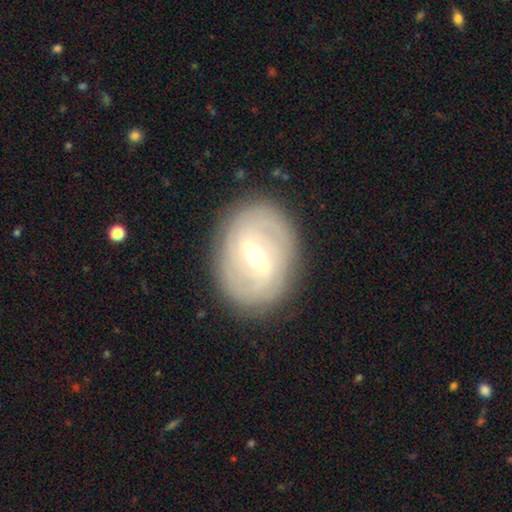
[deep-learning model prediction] Morphology: type=featured or disk (82%); edge-on=no (95%); bar=weak (46%); spiral arms=yes (85%); winding=tight (65%); arm count=2 (37%, tied with can't tell); bulge=moderate (55%); merging=none (84%).